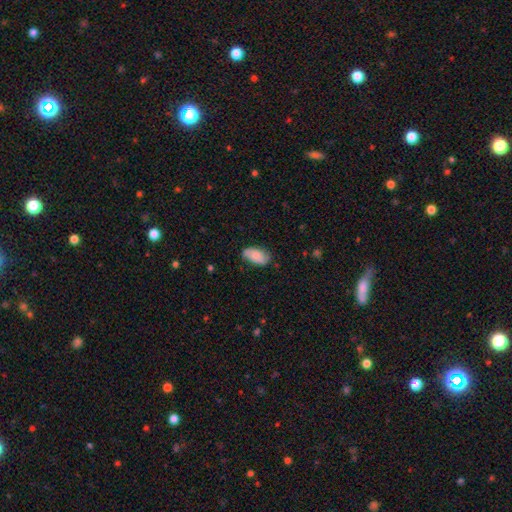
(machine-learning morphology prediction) Smooth or featured: smooth — 74% (featured or disk — 19%)
How rounded: in between — 94% (round — 3%)
Merging: none — 73% (minor disturbance — 22%)